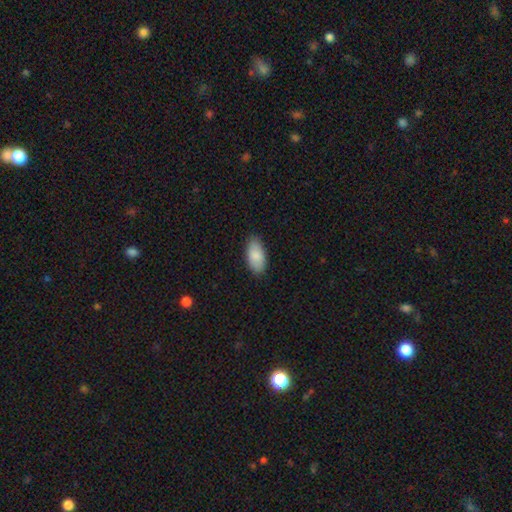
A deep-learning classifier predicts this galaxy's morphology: smooth 87%, featured or disk 7%, star or artifact 6%. Down the decision tree: how rounded — in between (93%); merging — none (85%).